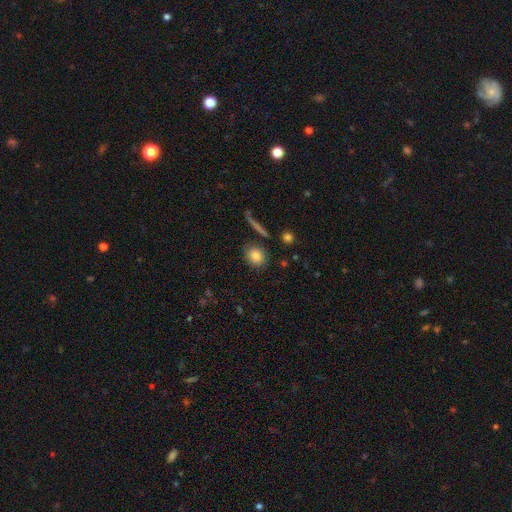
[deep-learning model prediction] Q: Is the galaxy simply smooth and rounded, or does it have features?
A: smooth — 83%.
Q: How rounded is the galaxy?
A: round — 63%.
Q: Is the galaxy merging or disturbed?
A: none — 83%.